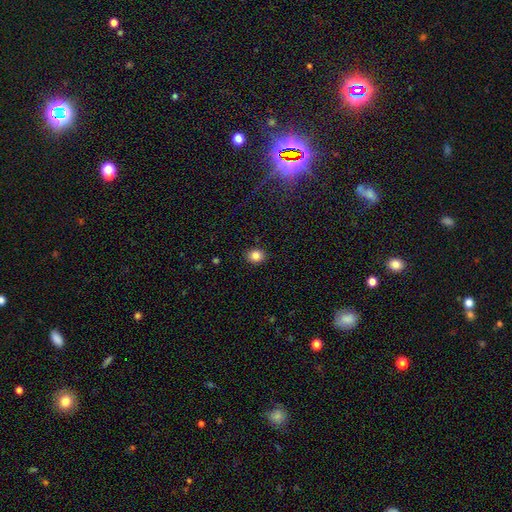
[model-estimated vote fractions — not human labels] The model was most divided on "how rounded": round: 61%, in between: 38%, cigar-shaped: 1%. More confident: merging — none (89%); smooth or featured — smooth (83%).